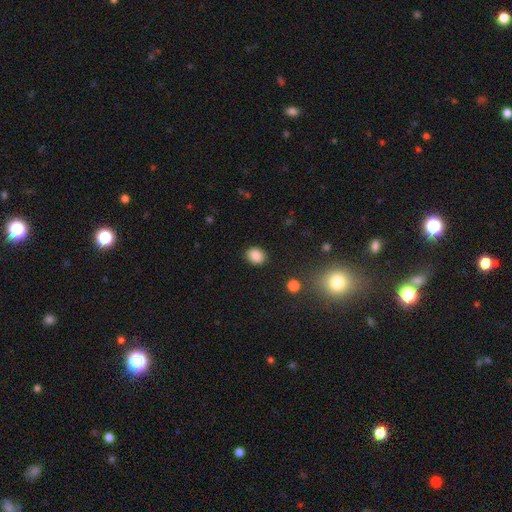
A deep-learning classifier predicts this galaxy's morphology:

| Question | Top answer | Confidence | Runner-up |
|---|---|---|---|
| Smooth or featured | smooth | 86% | star or artifact (10%) |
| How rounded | round | 58% | in between (42%) |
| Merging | none | 89% | minor disturbance (8%) |